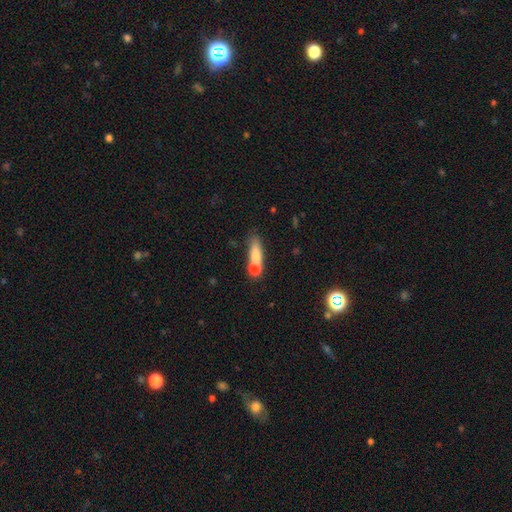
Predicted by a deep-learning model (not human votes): Smooth or featured? Predicted: smooth (p=0.73). How rounded? Predicted: cigar-shaped (p=0.51). Merging? Predicted: none (p=0.43).